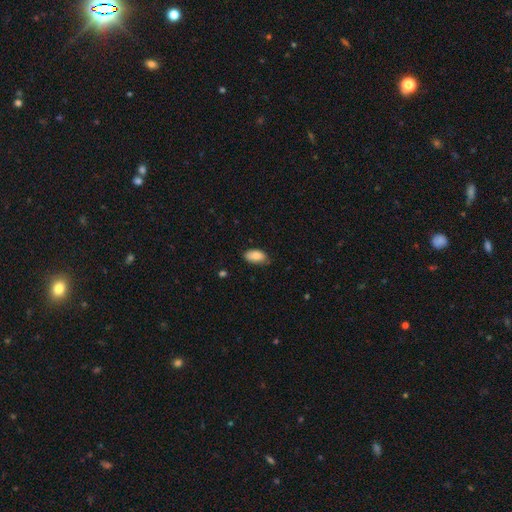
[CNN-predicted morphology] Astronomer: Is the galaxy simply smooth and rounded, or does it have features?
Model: smooth — 86%.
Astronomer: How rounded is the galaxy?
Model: in between — 94%.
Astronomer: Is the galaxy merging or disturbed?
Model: none — 73%.